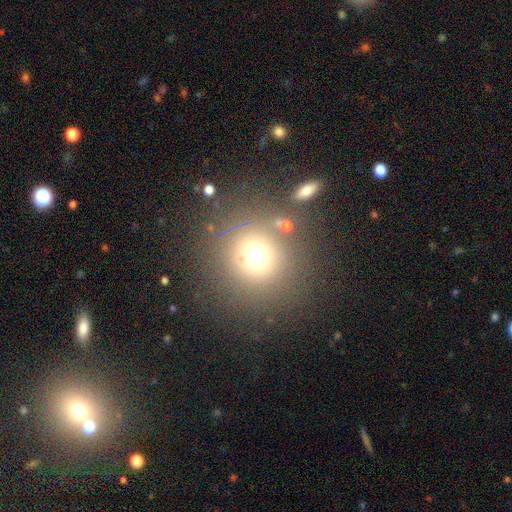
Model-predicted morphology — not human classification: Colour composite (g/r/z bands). It shows a smooth galaxy with no disk features (66%) that is round (91%). Merging: none (75%).